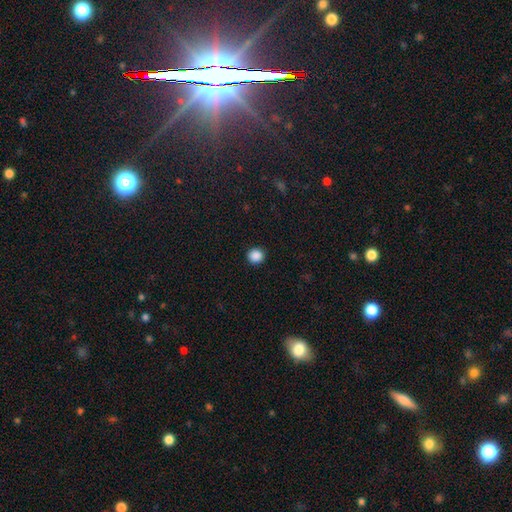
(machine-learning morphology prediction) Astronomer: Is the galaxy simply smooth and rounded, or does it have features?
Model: smooth — 88%.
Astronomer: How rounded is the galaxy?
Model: round — 92%.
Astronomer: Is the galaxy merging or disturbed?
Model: none — 93%.